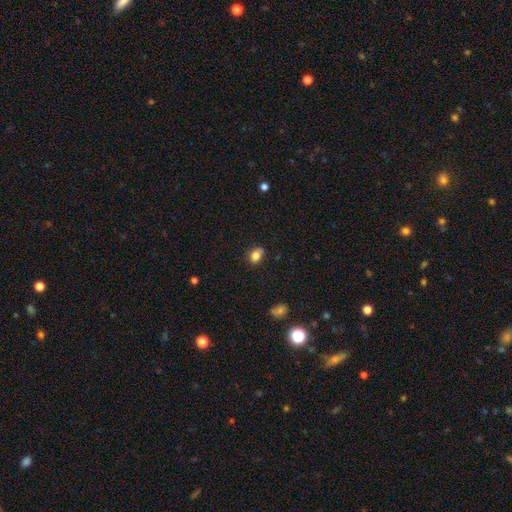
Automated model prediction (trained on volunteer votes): Morphology: type=smooth (82%); roundness=in between (58%); merging=none (66%).